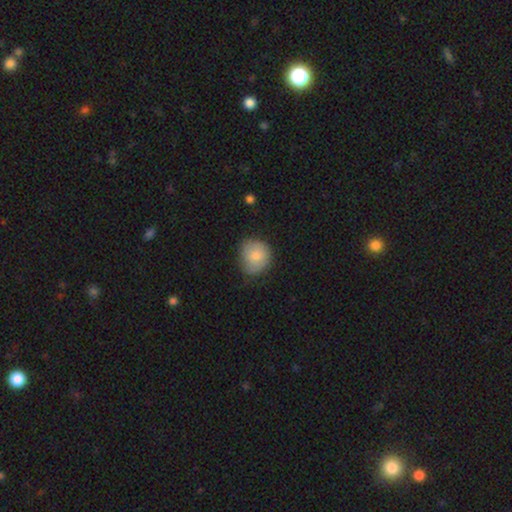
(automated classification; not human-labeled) smooth 78%, featured or disk 14%, star or artifact 8%. Down the decision tree: how rounded — round (81%); merging — none (64%).